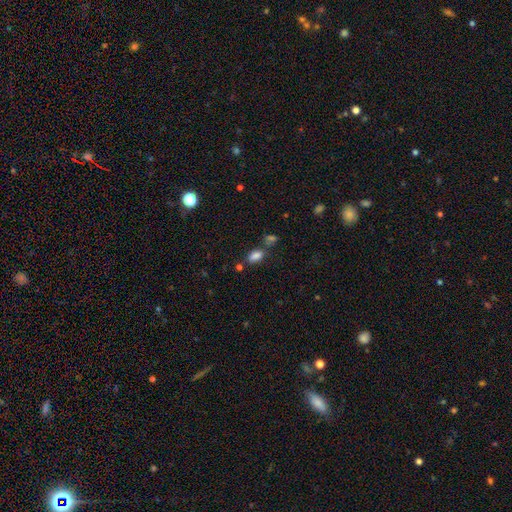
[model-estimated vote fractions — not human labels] This appears to be a smooth galaxy with no disk features (82%) that is in between round and cigar-shaped (89%). Merging: none (62%).